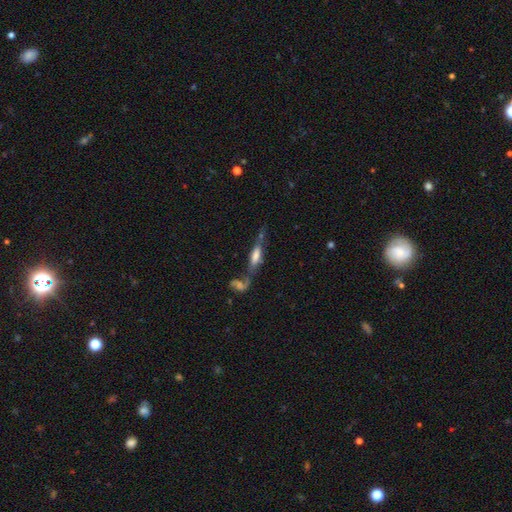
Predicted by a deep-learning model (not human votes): A featured or disk galaxy (47%).

Vote fractions:
- Smooth or featured? featured or disk: 47% / smooth: 45% / star or artifact: 9%
- Merging? merger: 36% / none: 34% / minor disturbance: 16% / major disturbance: 14%